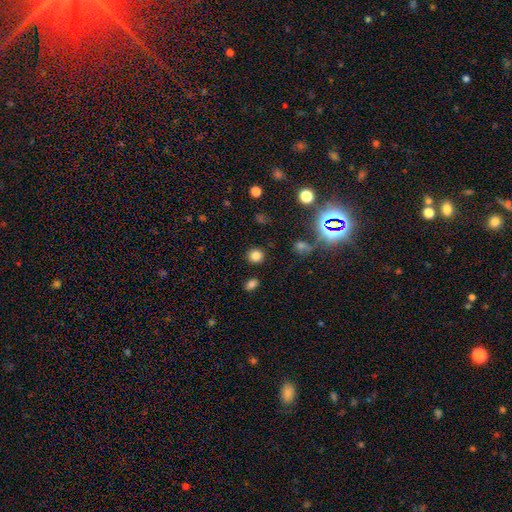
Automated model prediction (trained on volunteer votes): Smooth or featured?
  - smooth: 81% *
  - star or artifact: 14%
  - featured or disk: 5%
How rounded?
  - round: 86% *
  - in between: 13%
  - cigar-shaped: 1%
Merging?
  - none: 88% *
  - minor disturbance: 7%
  - merger: 3%
  - major disturbance: 3%